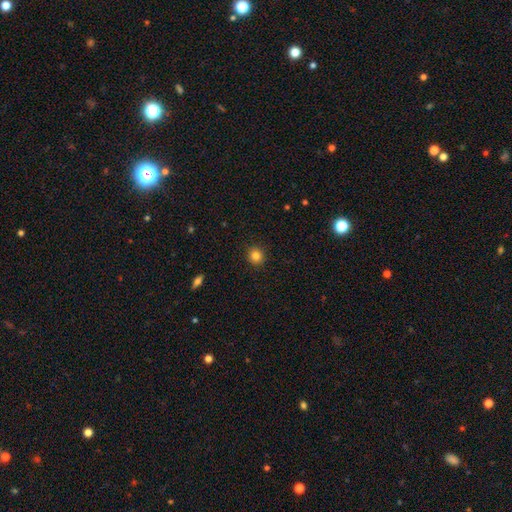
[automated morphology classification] smooth-or-featured: smooth: 84% | star or artifact: 11% | featured or disk: 5%
  how-rounded: round: 92% | in between: 7% | cigar-shaped: 1%
  merging: none: 92% | minor disturbance: 5% | major disturbance: 2% | merger: 1%